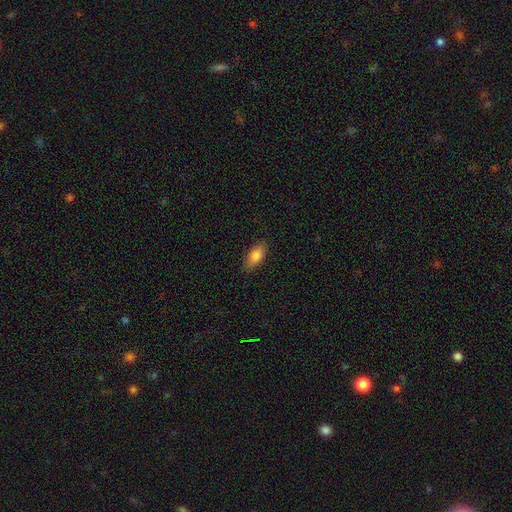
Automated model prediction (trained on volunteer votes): Overall: smooth (84%). How rounded: in between (85%). Merging: none (87%).